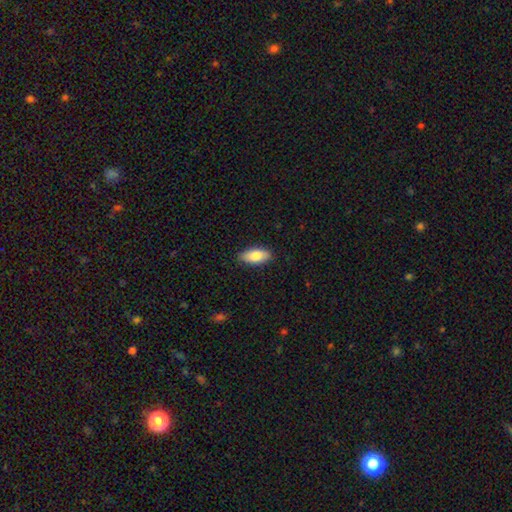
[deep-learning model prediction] Smooth or featured? Predicted: smooth (p=0.84). How rounded? Predicted: in between (p=0.87). Merging? Predicted: none (p=0.87).